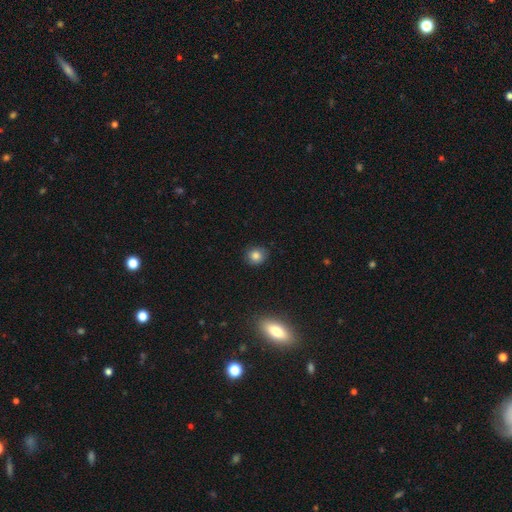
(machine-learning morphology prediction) Smooth or featured? Predicted: smooth (p=0.82). How rounded? Predicted: round (p=0.80). Merging? Predicted: none (p=0.86).